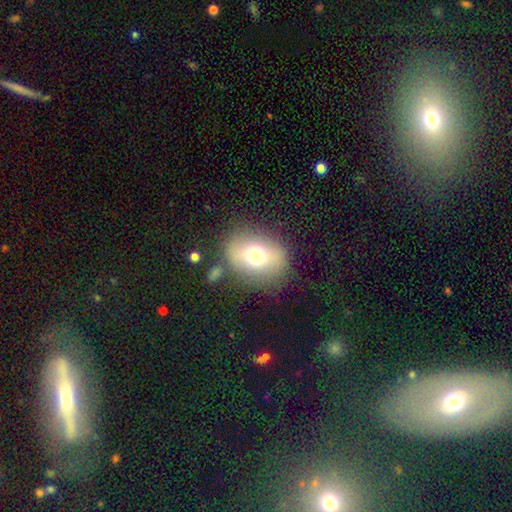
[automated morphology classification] A smooth galaxy with no disk features (66%) that is in between round and cigar-shaped (52%). Merging: none (76%).